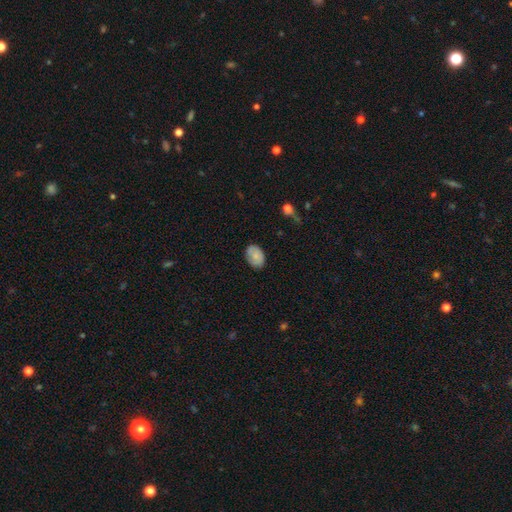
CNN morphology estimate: Smooth or featured: smooth — 74% (featured or disk — 18%)
How rounded: in between — 78% (round — 21%)
Merging: none — 78% (minor disturbance — 17%)